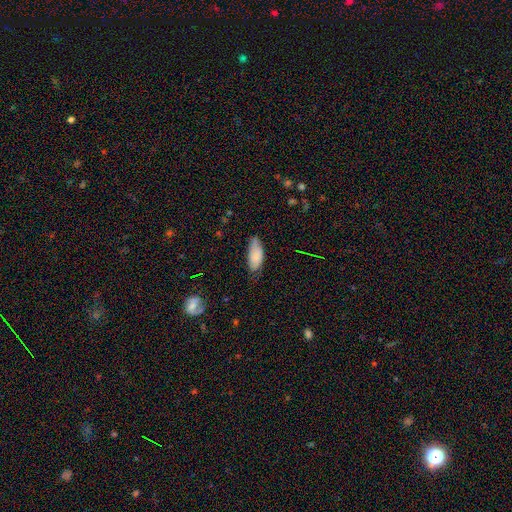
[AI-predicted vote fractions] smooth_or_featured: smooth (p=0.82) [alt: featured or disk p=0.11]
how_rounded: in between (p=0.85) [alt: cigar-shaped p=0.13]
merging: none (p=0.53) [alt: minor disturbance p=0.38]